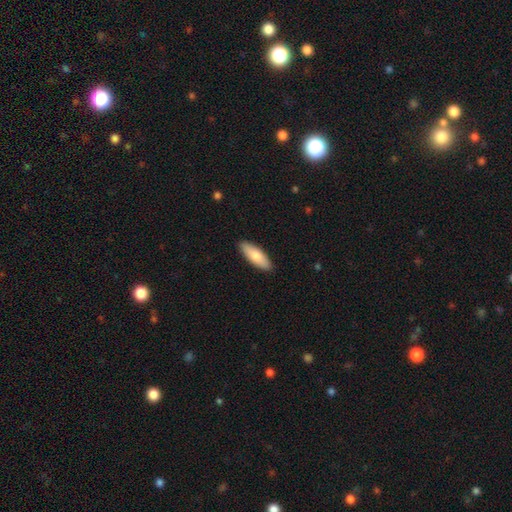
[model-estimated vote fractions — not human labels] A smooth galaxy with no disk features (81%) that is in between round and cigar-shaped (60%).

Vote fractions:
- Smooth or featured? smooth: 81% / featured or disk: 14% / star or artifact: 5%
- How rounded? in between: 60% / cigar-shaped: 38% / round: 2%
- Merging? none: 90% / minor disturbance: 8% / major disturbance: 2% / merger: 1%